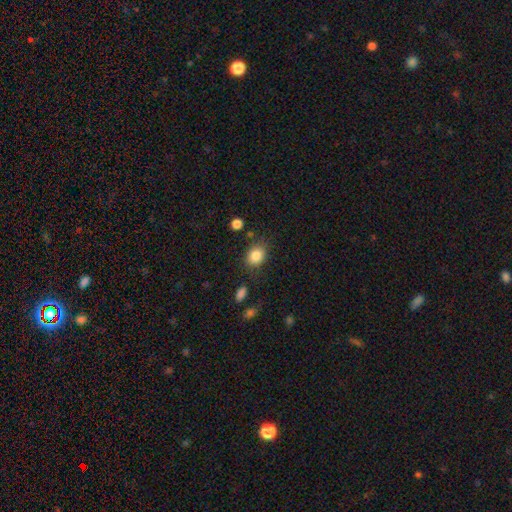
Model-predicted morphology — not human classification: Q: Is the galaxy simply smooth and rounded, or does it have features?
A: smooth — 85%.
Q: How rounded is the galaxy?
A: in between — 53%.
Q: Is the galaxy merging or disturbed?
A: none — 76%.